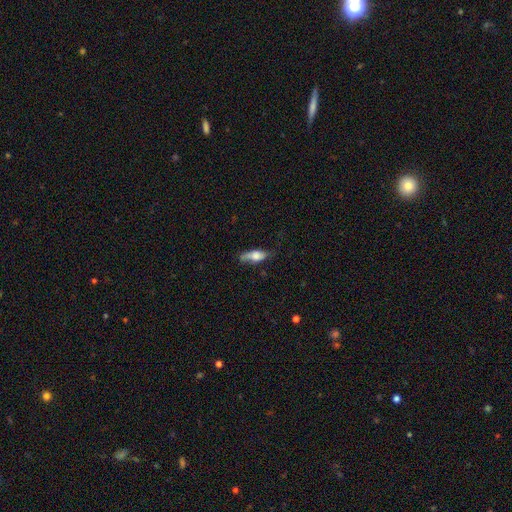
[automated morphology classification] Smooth or featured? Predicted: smooth (p=0.61). How rounded? Predicted: in between (p=0.68). Merging? Predicted: none (p=0.52).